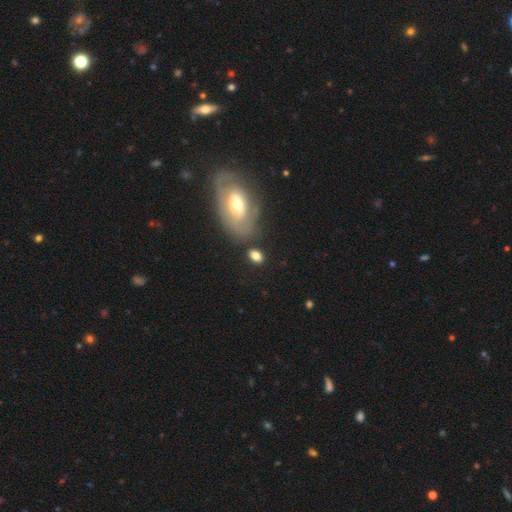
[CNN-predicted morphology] This is clearly a smooth galaxy (81%). How rounded: likely in between (78%). Merging: likely none (70%).